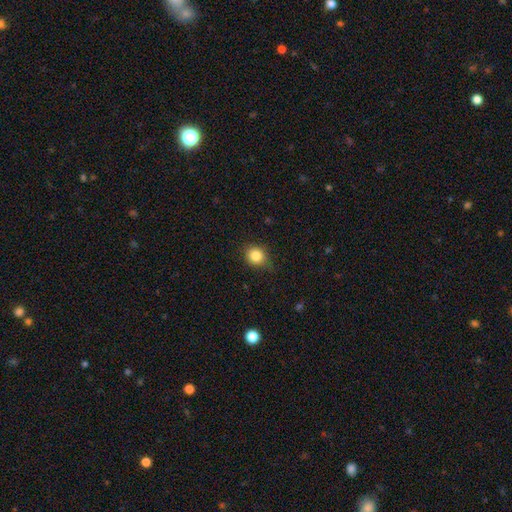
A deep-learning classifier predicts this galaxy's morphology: Smooth or featured: smooth — 84% (star or artifact — 10%)
How rounded: round — 73% (in between — 26%)
Merging: none — 79% (minor disturbance — 16%)